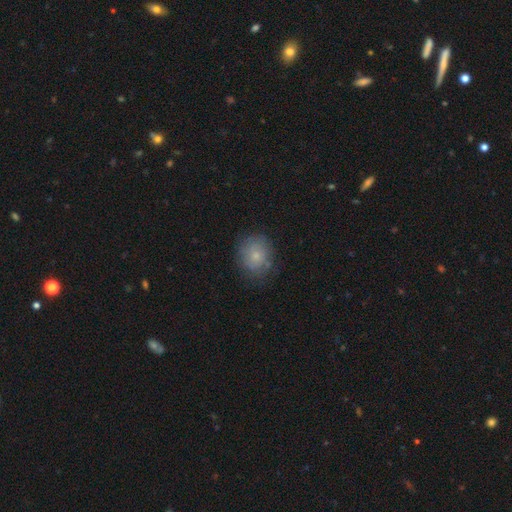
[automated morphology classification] This appears to be a smooth galaxy with no disk features (73%) that is round (67%). Merging: none (73%).